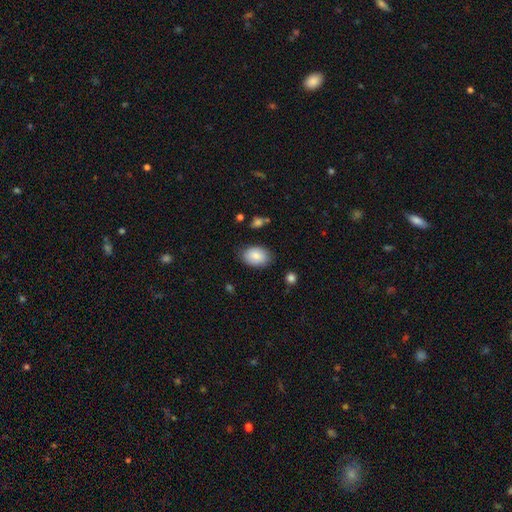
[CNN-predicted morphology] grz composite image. It shows a smooth galaxy with no disk features (85%) that is in between round and cigar-shaped (87%). Merging: none (80%).